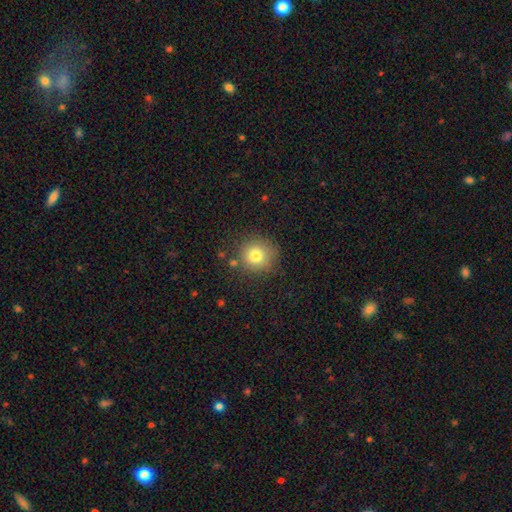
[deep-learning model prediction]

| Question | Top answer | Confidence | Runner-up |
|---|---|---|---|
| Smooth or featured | smooth | 77% | star or artifact (13%) |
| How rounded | round | 92% | in between (7%) |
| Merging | none | 83% | minor disturbance (11%) |